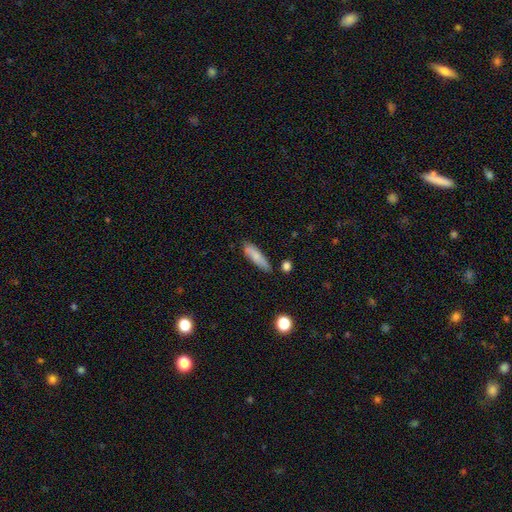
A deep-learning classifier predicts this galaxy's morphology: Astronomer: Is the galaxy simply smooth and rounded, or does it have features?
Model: smooth — 80%.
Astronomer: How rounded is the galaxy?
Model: cigar-shaped — 65%.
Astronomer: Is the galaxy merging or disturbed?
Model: none — 75%.